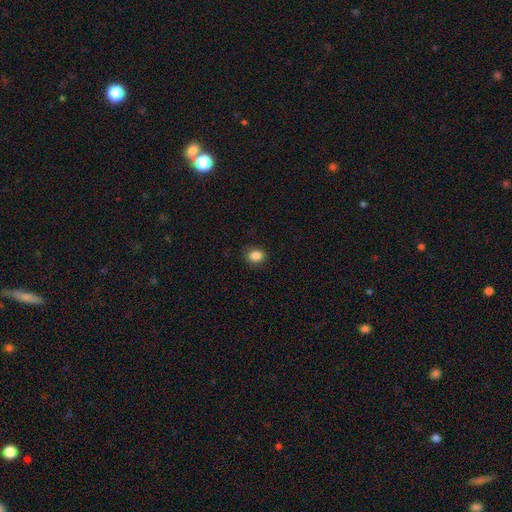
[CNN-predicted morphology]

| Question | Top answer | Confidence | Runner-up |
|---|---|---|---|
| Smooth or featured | smooth | 86% | star or artifact (10%) |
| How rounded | in between | 50% | round (49%) |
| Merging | none | 87% | minor disturbance (9%) |